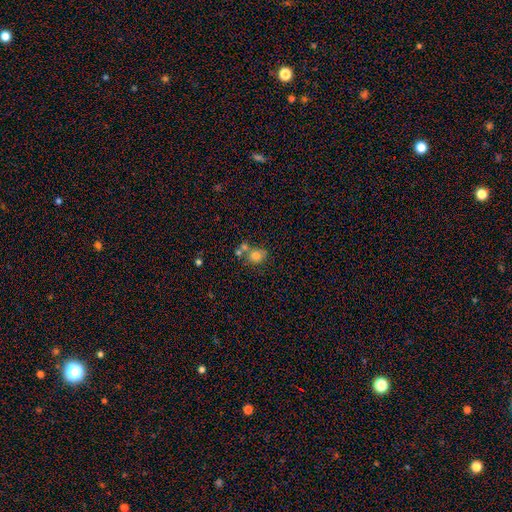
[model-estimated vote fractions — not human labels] This is likely a smooth galaxy (75%). How rounded: likely round (71%). Merging: possibly none (47%).